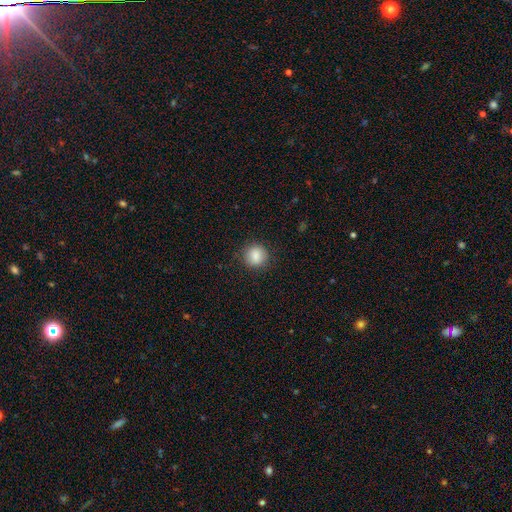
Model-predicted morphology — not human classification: The model was most divided on "how rounded": round: 86%, in between: 13%, cigar-shaped: 1%. More confident: smooth or featured — smooth (86%); merging — none (86%).